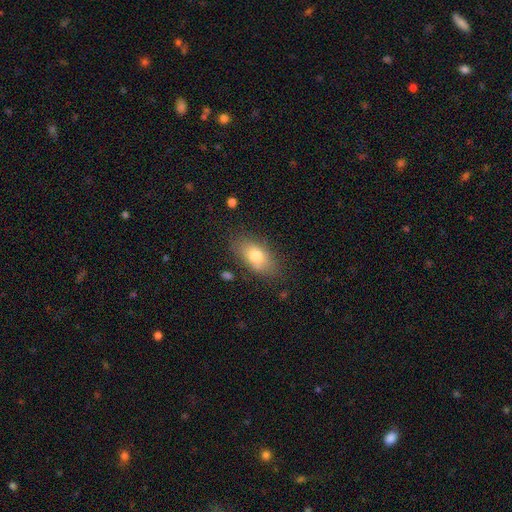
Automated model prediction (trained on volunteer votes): Smooth or featured?
  - smooth: 77% *
  - featured or disk: 16%
  - star or artifact: 8%
How rounded?
  - in between: 89% *
  - round: 7%
  - cigar-shaped: 4%
Merging?
  - none: 76% *
  - minor disturbance: 17%
  - major disturbance: 5%
  - merger: 2%